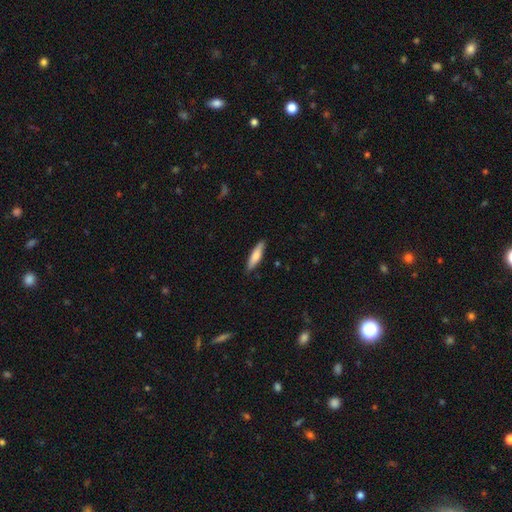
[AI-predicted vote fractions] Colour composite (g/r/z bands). It shows a smooth galaxy with no disk features (72%) that is cigar-shaped (73%). Merging: none (87%).